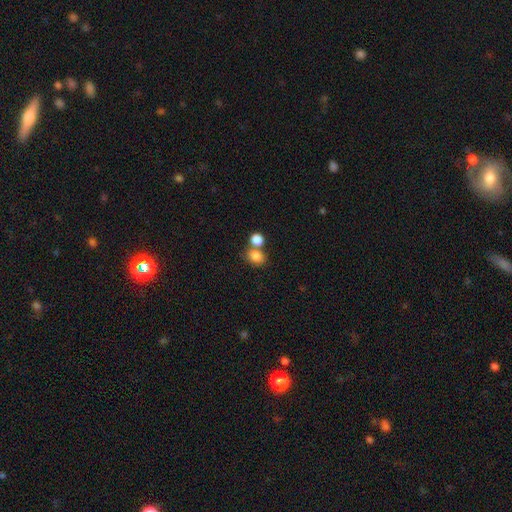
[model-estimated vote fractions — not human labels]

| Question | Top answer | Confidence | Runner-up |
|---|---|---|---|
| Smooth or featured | smooth | 83% | star or artifact (10%) |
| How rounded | round | 51% | in between (47%) |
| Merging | none | 51% | merger (36%) |